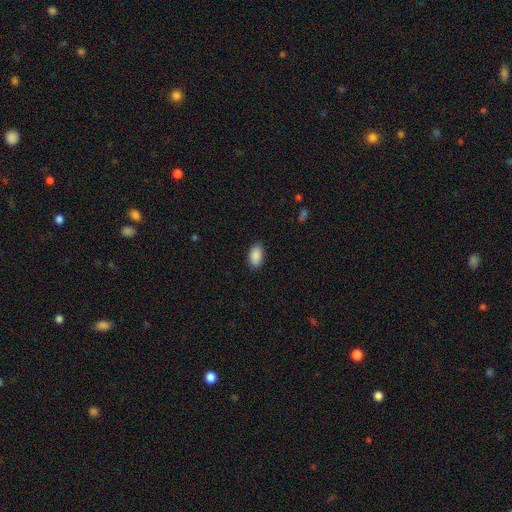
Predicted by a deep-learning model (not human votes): Q: Smooth or featured?
A: smooth (89%); runner-up: star or artifact (7%)
Q: How rounded?
A: in between (93%); runner-up: round (5%)
Q: Merging?
A: none (86%); runner-up: minor disturbance (11%)